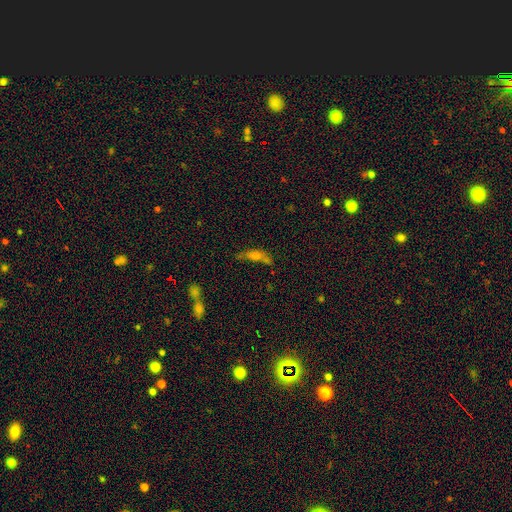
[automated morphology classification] A smooth galaxy with no disk features (50%) that is in between round and cigar-shaped (47%). Merging: none (40%).